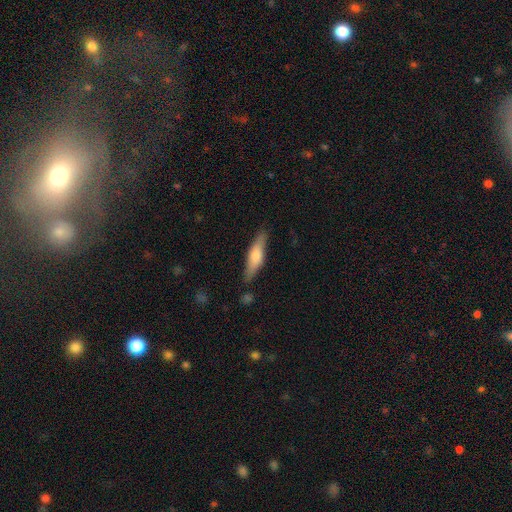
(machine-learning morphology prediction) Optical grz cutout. It shows a smooth galaxy with no disk features (54%) that is cigar-shaped (73%). Merging: none (84%).